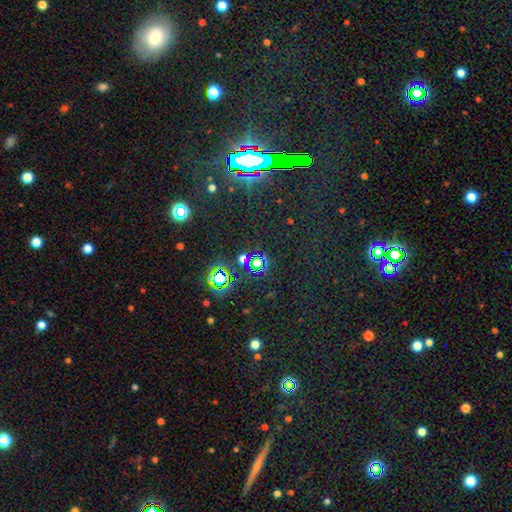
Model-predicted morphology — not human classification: Smooth or featured?
  - star or artifact: 75% *
  - smooth: 17%
  - featured or disk: 8%